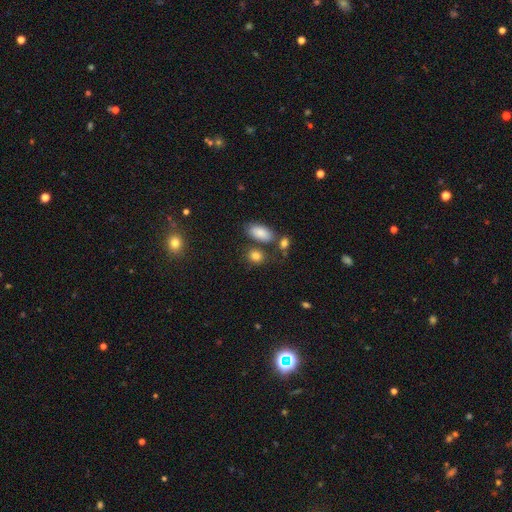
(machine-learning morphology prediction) This appears to be a smooth galaxy with no disk features (83%) that is in between round and cigar-shaped (57%). Merging: none (67%).